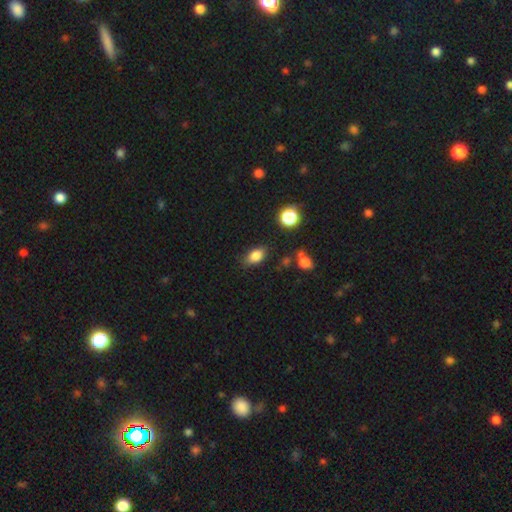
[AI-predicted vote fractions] Overall: smooth (82%). How rounded: in between (83%). Merging: none (78%).